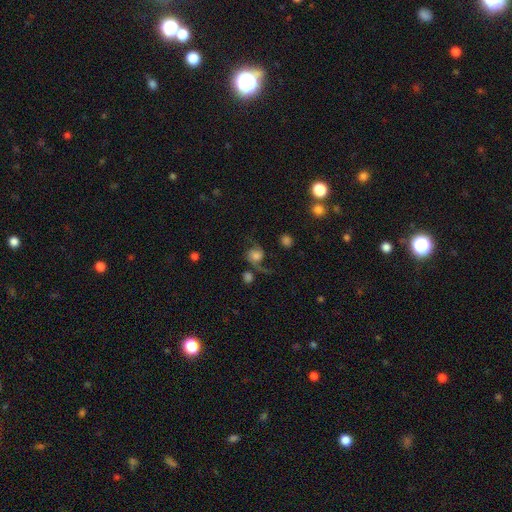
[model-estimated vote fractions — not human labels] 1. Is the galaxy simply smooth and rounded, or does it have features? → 61% featured or disk, 28% smooth, 11% star or artifact.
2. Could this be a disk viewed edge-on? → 98% no, 2% yes.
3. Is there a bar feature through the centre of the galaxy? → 72% no, 24% weak, 5% strong.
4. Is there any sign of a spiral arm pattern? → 92% yes, 8% no.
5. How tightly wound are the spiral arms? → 69% loose, 25% medium, 6% tight.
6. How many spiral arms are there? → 84% 2, 10% 1, 3% can't tell, 1% 3, 1% 4, 1% more than 4.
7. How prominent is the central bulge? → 39% moderate, 25% large, 19% small, 10% none, 7% dominant.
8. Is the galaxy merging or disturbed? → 51% none, 20% major disturbance, 18% minor disturbance, 11% merger.